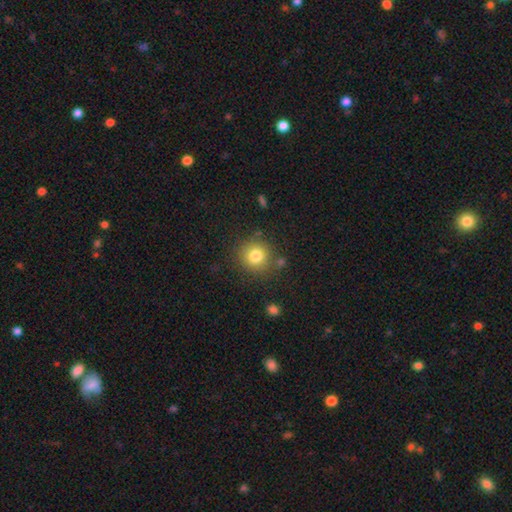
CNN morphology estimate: Overall: smooth (80%). How rounded: round (91%). Merging: none (83%).